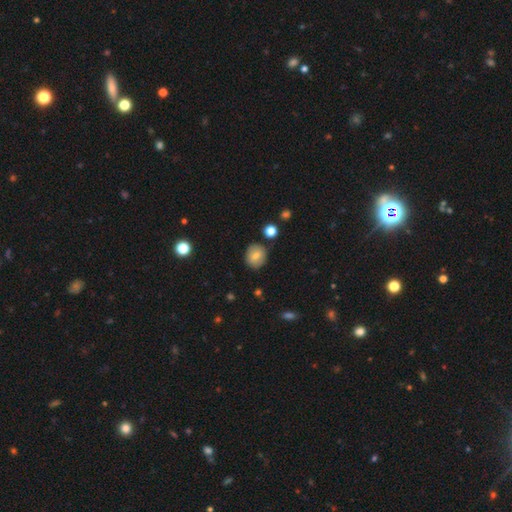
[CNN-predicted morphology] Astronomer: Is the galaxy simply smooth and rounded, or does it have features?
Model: smooth — 75%.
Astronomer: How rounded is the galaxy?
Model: round — 72%.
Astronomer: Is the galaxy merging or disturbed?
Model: none — 83%.